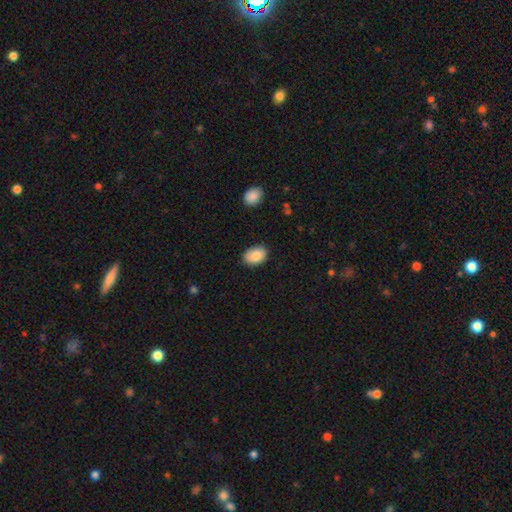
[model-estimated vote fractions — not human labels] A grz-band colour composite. It shows a smooth galaxy with no disk features (86%) that is in between round and cigar-shaped (85%). Merging: none (83%).